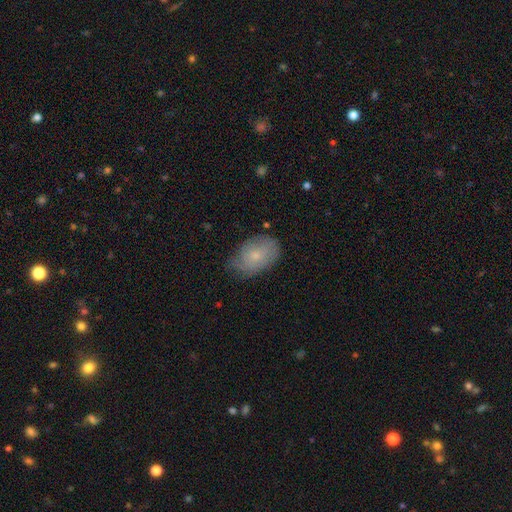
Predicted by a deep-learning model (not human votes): Q: Smooth or featured?
A: smooth (68%); runner-up: featured or disk (25%)
Q: How rounded?
A: in between (86%); runner-up: round (13%)
Q: Merging?
A: none (61%); runner-up: minor disturbance (30%)